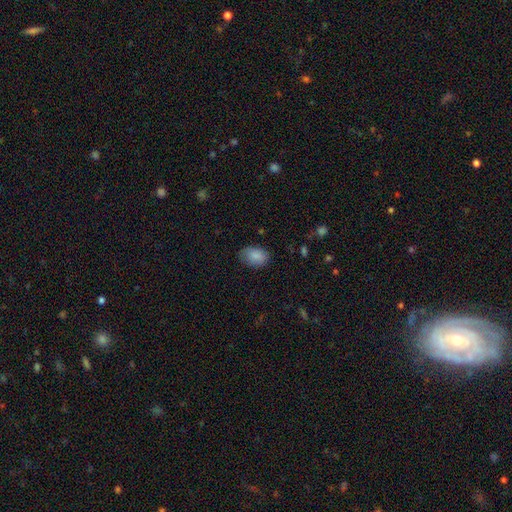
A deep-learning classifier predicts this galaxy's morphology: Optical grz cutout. It shows a smooth galaxy with no disk features (86%) that is in between round and cigar-shaped (82%). Merging: none (71%).